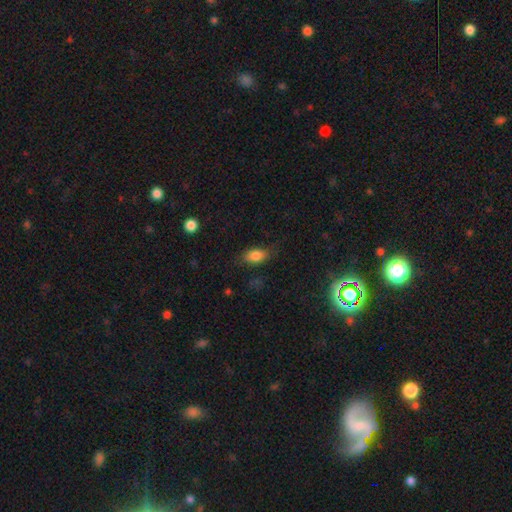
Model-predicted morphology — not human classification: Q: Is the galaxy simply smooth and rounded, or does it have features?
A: smooth — 80%.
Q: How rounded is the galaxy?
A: in between — 86%.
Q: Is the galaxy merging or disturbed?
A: none — 74%.